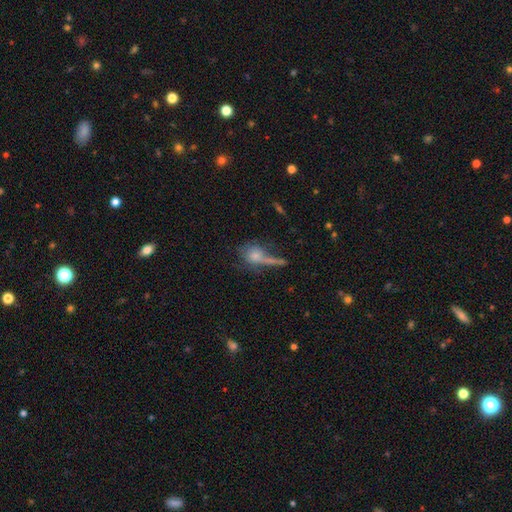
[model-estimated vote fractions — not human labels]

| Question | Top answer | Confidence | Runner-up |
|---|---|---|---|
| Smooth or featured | smooth | 55% | featured or disk (26%) |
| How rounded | round | 51% | in between (37%) |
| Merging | none | 43% | major disturbance (21%) |